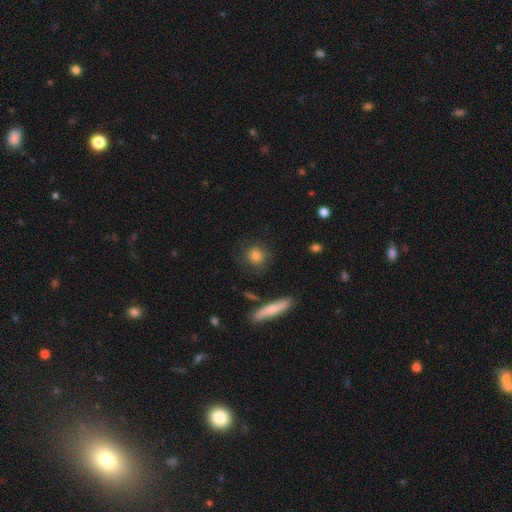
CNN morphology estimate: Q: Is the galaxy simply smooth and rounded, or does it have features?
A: smooth — 80%.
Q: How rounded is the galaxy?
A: round — 84%.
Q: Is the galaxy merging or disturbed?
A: none — 83%.